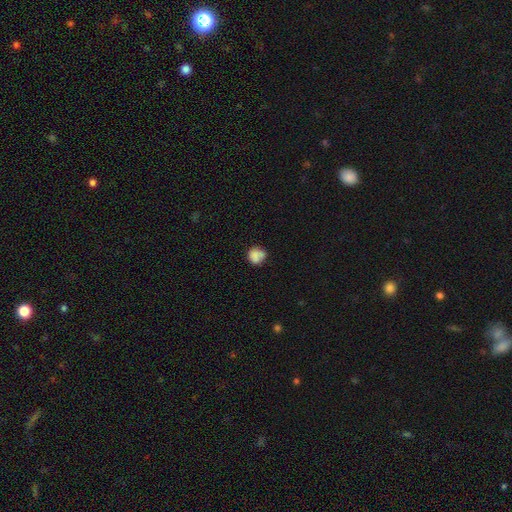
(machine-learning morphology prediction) A smooth galaxy with no disk features (79%) that is round (79%). Merging: none (59%).